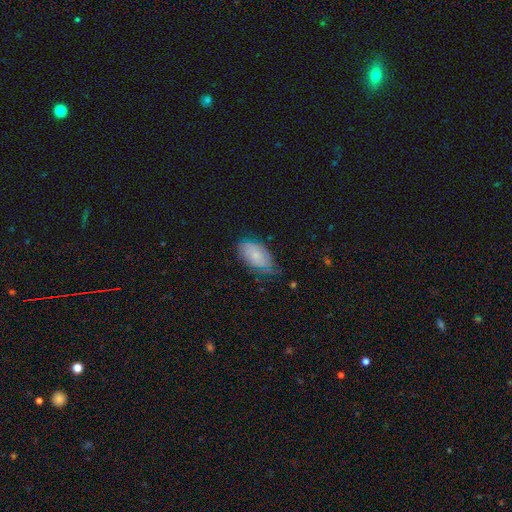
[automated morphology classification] smooth_or_featured: smooth (p=0.52) [alt: featured or disk p=0.39]
how_rounded: in between (p=0.92) [alt: round p=0.05]
merging: none (p=0.57) [alt: minor disturbance p=0.31]